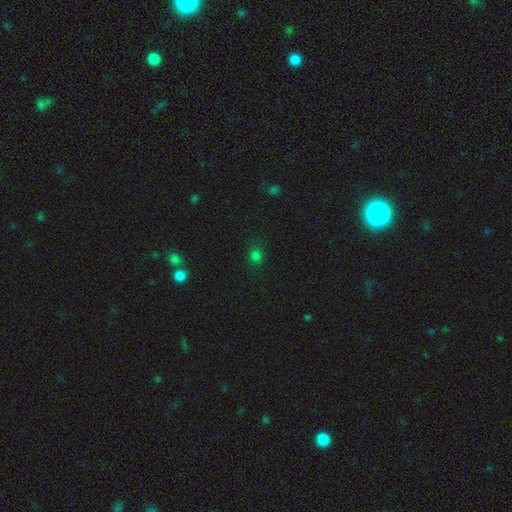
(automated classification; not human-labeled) A smooth galaxy with no disk features (76%) that is round (76%).

Vote fractions:
- Smooth or featured? smooth: 76% / star or artifact: 20% / featured or disk: 4%
- How rounded? round: 76% / in between: 23% / cigar-shaped: 1%
- Merging? none: 86% / minor disturbance: 10% / major disturbance: 3% / merger: 2%